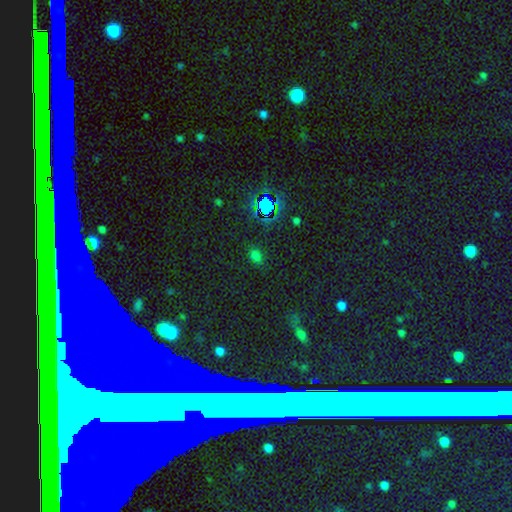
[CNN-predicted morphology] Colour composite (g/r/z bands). It shows a smooth galaxy with no disk features (57%) that is in between round and cigar-shaped (78%). Merging: none (82%).